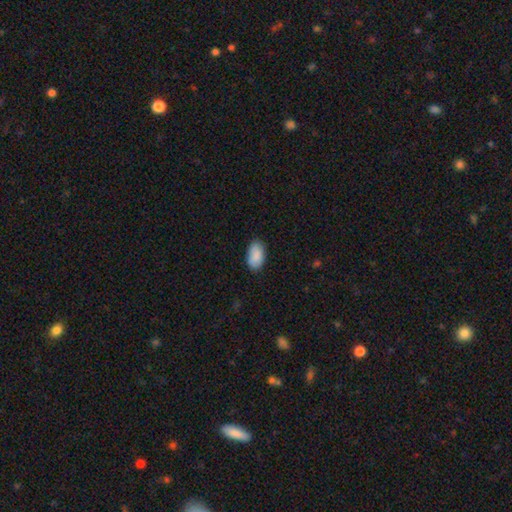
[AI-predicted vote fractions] The model was most divided on "merging": none: 82%, minor disturbance: 14%, major disturbance: 2%, merger: 1%. More confident: how rounded — in between (94%); smooth or featured — smooth (89%).